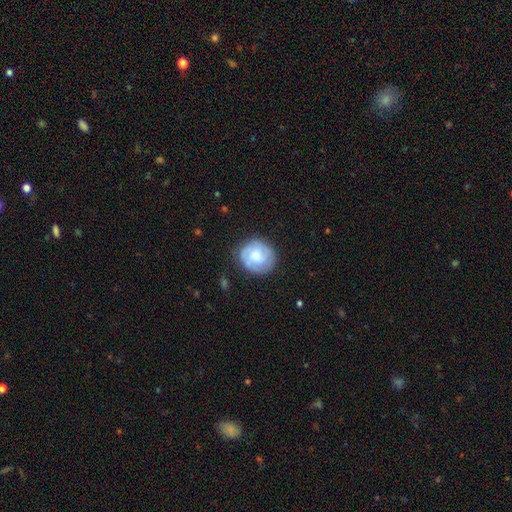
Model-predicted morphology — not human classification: This appears to be a smooth galaxy with no disk features (50%) that is round (82%). Merging: none (78%).